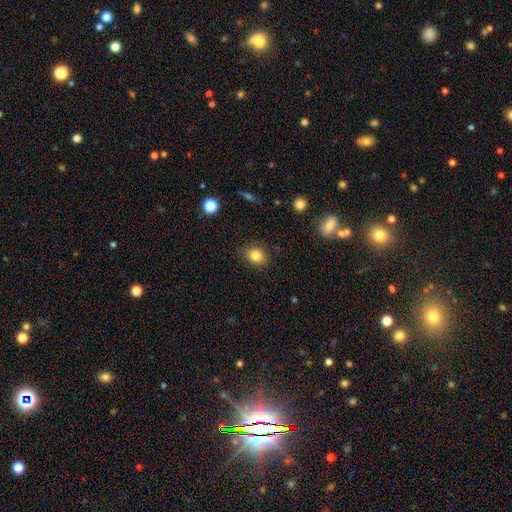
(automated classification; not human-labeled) smooth 83%, star or artifact 11%, featured or disk 6%. Down the decision tree: how rounded — round (58%); merging — none (83%).